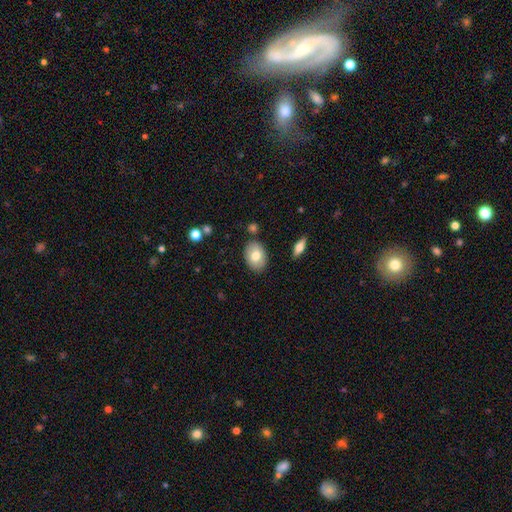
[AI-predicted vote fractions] Morphology: type=smooth (75%); roundness=in between (82%); merging=none (84%).